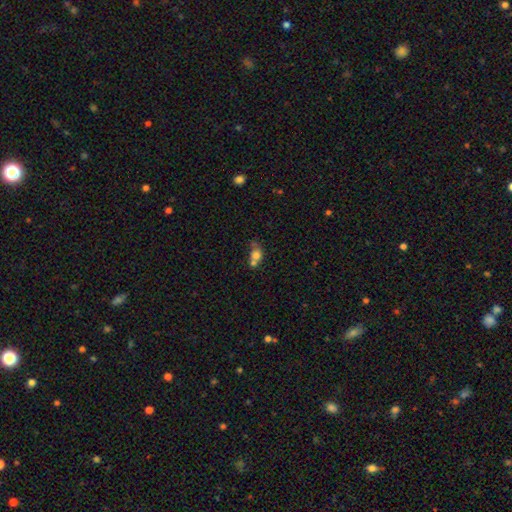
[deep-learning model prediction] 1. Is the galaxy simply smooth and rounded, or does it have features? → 70% smooth, 17% featured or disk, 12% star or artifact.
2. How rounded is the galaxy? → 52% round, 46% in between, 2% cigar-shaped.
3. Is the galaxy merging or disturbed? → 53% merger, 25% none, 12% minor disturbance, 10% major disturbance.